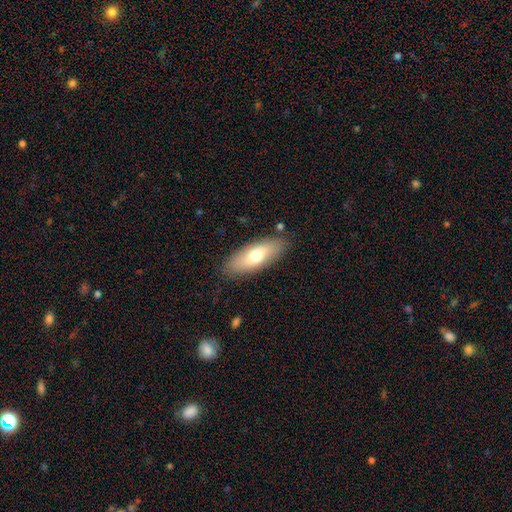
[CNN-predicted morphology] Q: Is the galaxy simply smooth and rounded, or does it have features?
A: smooth — 68%.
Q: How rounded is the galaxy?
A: in between — 74%.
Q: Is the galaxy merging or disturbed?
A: none — 85%.